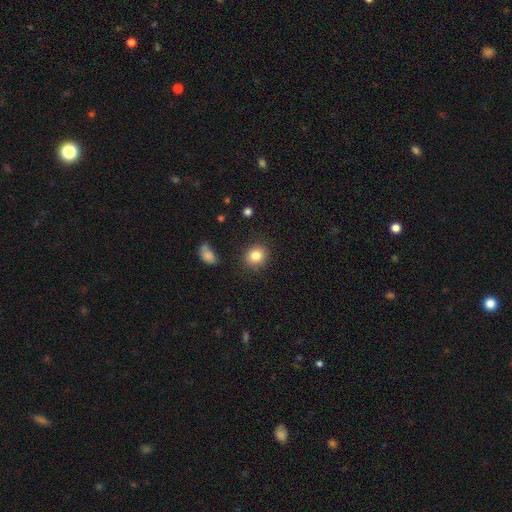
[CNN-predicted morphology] type=smooth (84%); roundness=round (75%); merging=none (87%).